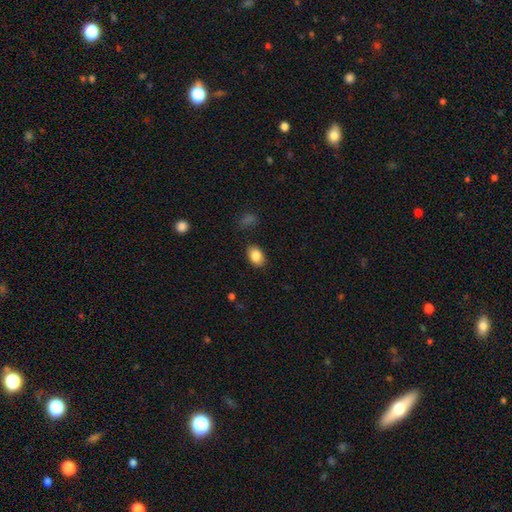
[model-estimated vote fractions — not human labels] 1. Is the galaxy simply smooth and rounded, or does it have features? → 86% smooth, 8% star or artifact, 6% featured or disk.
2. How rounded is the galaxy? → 80% in between, 18% round, 1% cigar-shaped.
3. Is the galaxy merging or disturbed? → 85% none, 11% minor disturbance, 3% major disturbance, 2% merger.